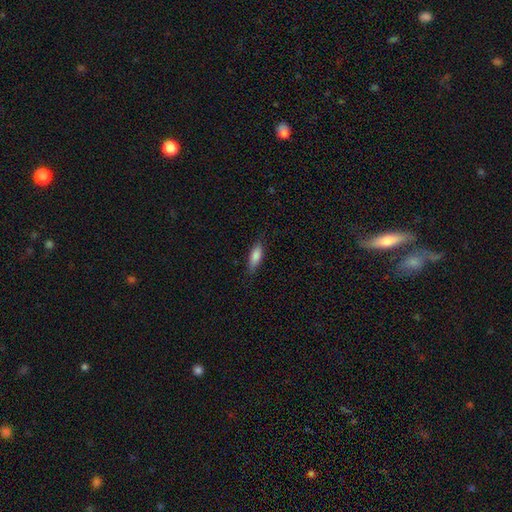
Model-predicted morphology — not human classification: This is clearly a smooth galaxy (84%). How rounded: likely in between (62%). Merging: clearly none (81%).